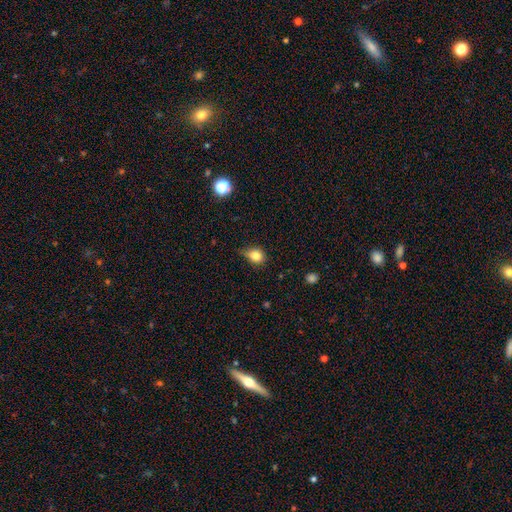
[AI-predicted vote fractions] smooth_or_featured: smooth (p=0.80) [alt: star or artifact p=0.11]
how_rounded: round (p=0.60) [alt: in between p=0.38]
merging: none (p=0.49) [alt: minor disturbance p=0.39]